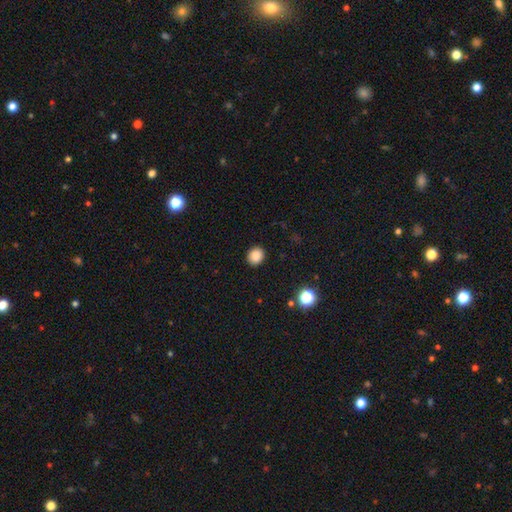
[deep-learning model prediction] Q: Smooth or featured?
A: smooth (87%); runner-up: star or artifact (10%)
Q: How rounded?
A: round (75%); runner-up: in between (24%)
Q: Merging?
A: none (90%); runner-up: minor disturbance (7%)